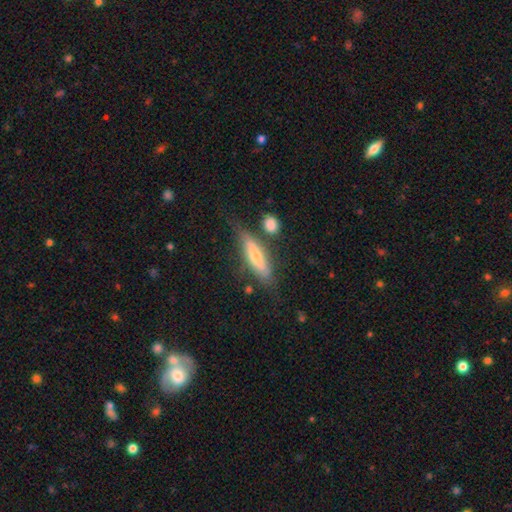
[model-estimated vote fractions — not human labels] This is possibly a smooth galaxy (50%). How rounded: likely cigar-shaped (72%). Merging: likely none (65%).